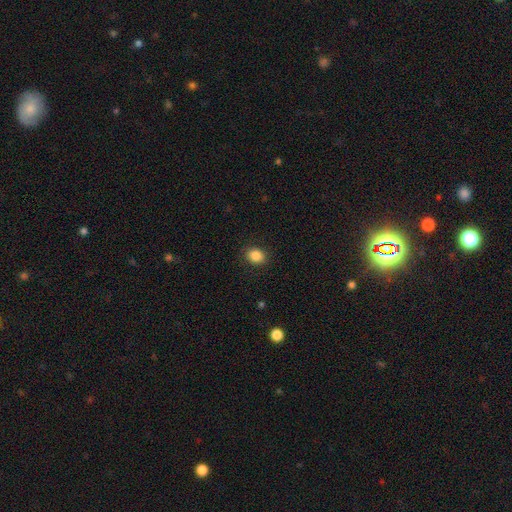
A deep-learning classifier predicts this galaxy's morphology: A smooth galaxy with no disk features (86%) that is round (57%). Merging: none (89%).